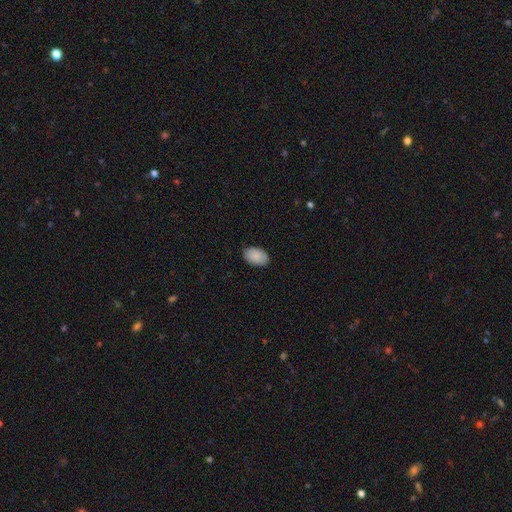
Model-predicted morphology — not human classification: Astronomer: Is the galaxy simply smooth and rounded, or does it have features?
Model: smooth — 90%.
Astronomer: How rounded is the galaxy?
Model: in between — 92%.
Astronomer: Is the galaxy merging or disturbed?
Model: none — 85%.